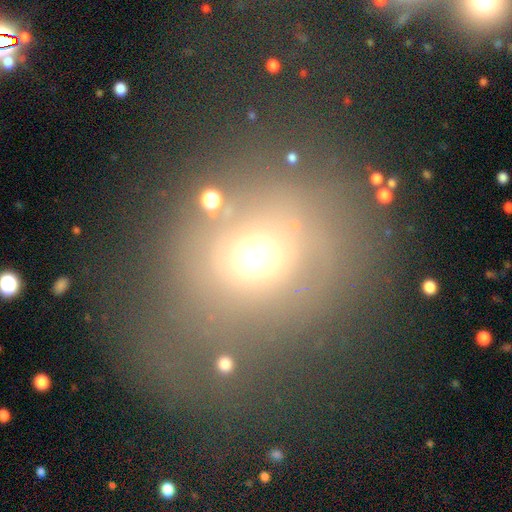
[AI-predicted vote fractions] Smooth or featured: smooth — 56% (star or artifact — 28%)
How rounded: round — 76% (in between — 23%)
Merging: none — 63% (minor disturbance — 16%)